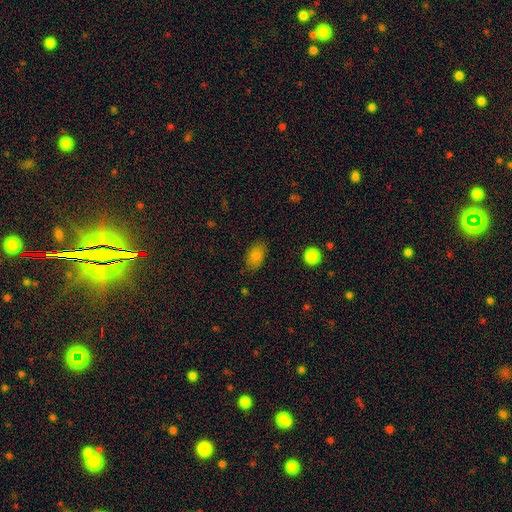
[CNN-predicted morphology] A smooth galaxy with no disk features (84%) that is in between round and cigar-shaped (88%).

Vote fractions:
- Smooth or featured? smooth: 84% / star or artifact: 9% / featured or disk: 6%
- How rounded? in between: 88% / round: 10% / cigar-shaped: 1%
- Merging? none: 81% / minor disturbance: 14% / major disturbance: 4% / merger: 1%